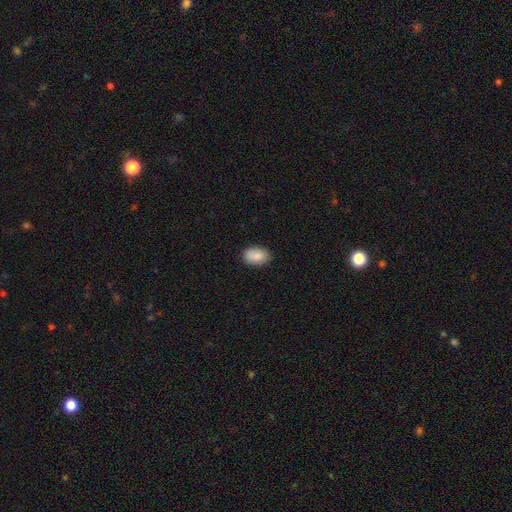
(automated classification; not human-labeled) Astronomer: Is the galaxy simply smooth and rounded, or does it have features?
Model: smooth — 89%.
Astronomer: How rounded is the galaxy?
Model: in between — 87%.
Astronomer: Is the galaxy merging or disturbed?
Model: none — 86%.